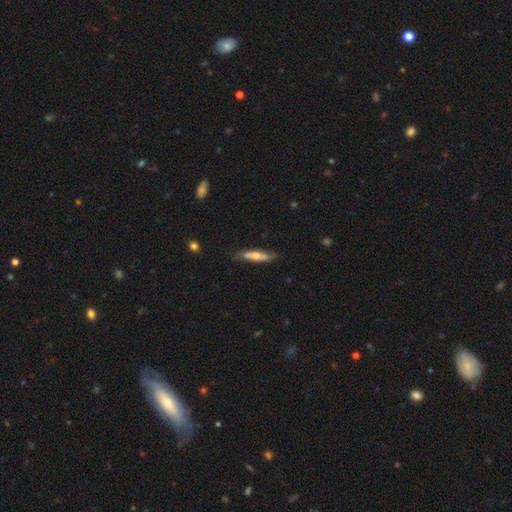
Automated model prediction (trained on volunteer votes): A smooth galaxy with no disk features (50%) that is cigar-shaped (80%). Merging: none (73%).